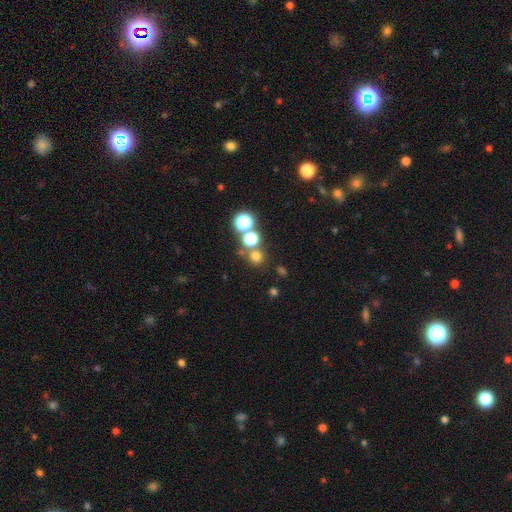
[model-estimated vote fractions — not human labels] smooth 67%, star or artifact 26%, featured or disk 7%. Down the decision tree: how rounded — round (91%); merging — none (70%).